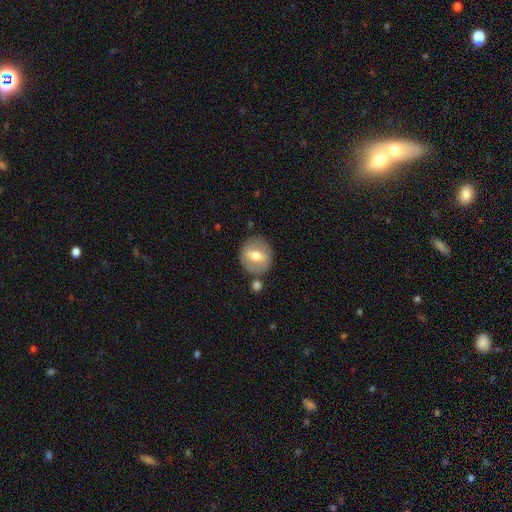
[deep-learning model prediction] A smooth galaxy with no disk features (50%). Merging: none (76%).